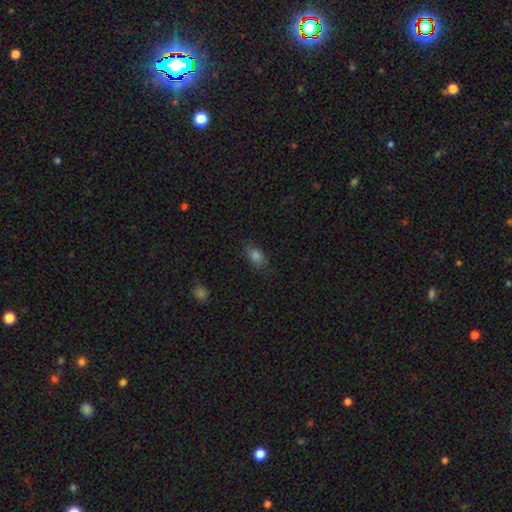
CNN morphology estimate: type=smooth (80%); roundness=in between (81%); merging=none (81%).